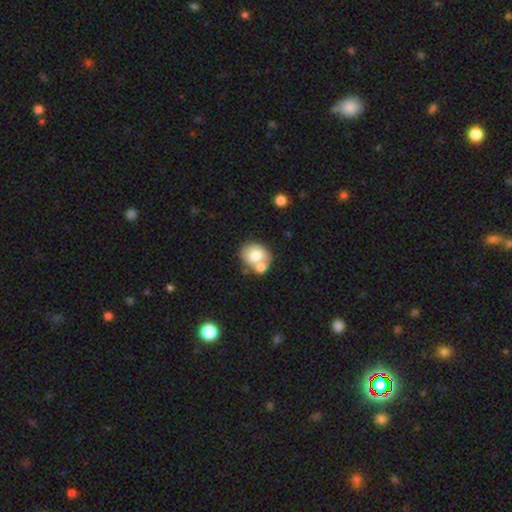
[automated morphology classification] A smooth galaxy with no disk features (76%) that is round (59%).

Vote fractions:
- Smooth or featured? smooth: 76% / featured or disk: 17% / star or artifact: 8%
- How rounded? round: 59% / in between: 40% / cigar-shaped: 1%
- Merging? none: 46% / merger: 37% / minor disturbance: 13% / major disturbance: 4%